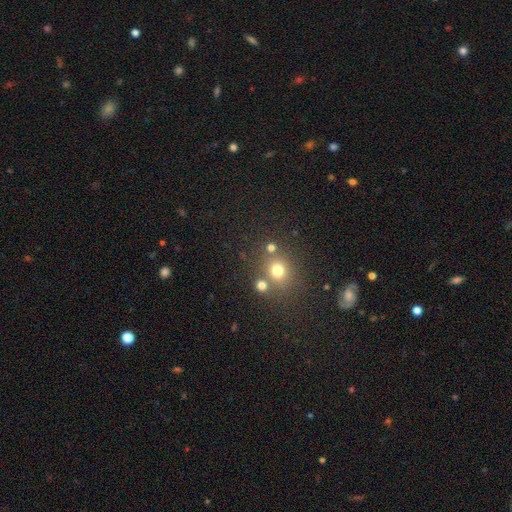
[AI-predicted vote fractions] Q: Smooth or featured?
A: smooth (50%); runner-up: star or artifact (40%)
Q: Merging?
A: none (66%); runner-up: merger (22%)